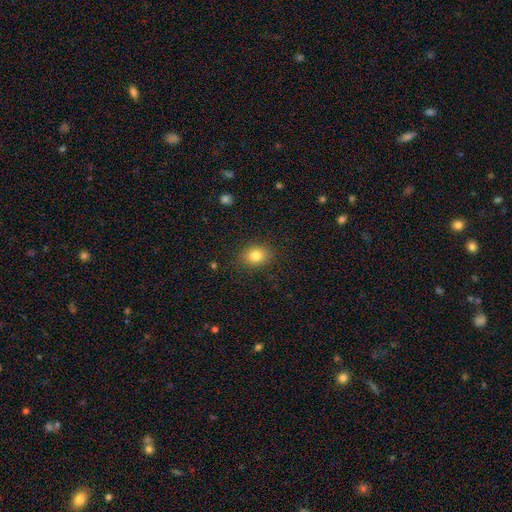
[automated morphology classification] A smooth galaxy with no disk features (81%) that is in between round and cigar-shaped (60%). Merging: none (87%).